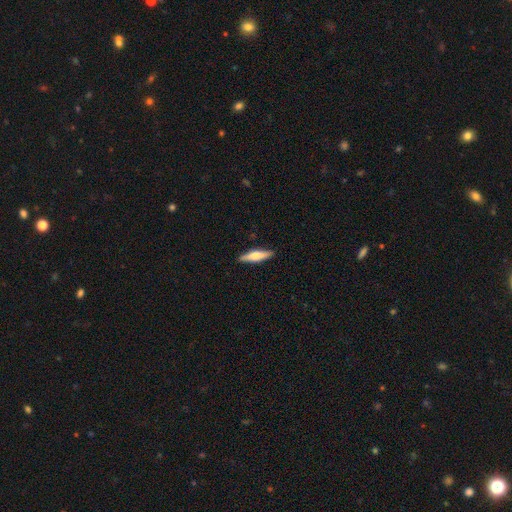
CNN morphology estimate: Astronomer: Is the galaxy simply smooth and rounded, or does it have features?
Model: smooth — 54% (runner-up: featured or disk, 40%).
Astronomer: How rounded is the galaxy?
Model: cigar-shaped — 77%.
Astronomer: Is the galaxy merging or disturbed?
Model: none — 90%.